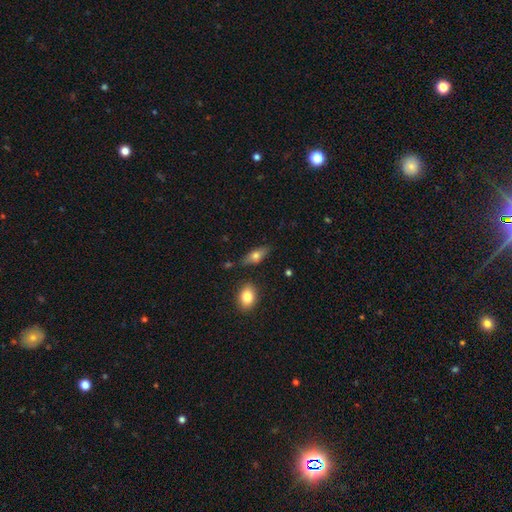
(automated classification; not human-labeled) A smooth galaxy with no disk features (65%) that is in between round and cigar-shaped (72%).

Vote fractions:
- Smooth or featured? smooth: 65% / featured or disk: 28% / star or artifact: 8%
- How rounded? in between: 72% / cigar-shaped: 23% / round: 5%
- Merging? none: 77% / minor disturbance: 15% / merger: 4% / major disturbance: 4%